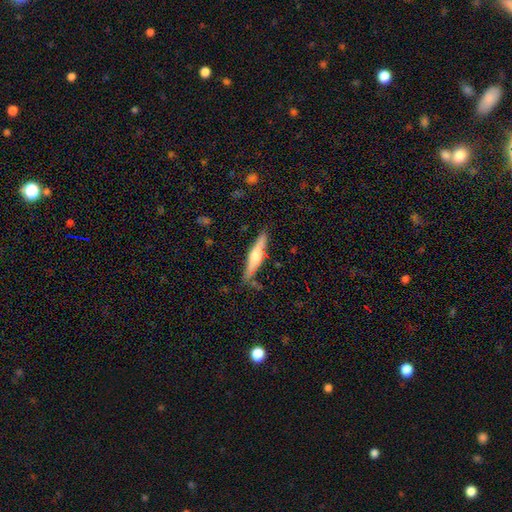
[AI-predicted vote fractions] smooth_or_featured: featured or disk (p=0.54) [alt: smooth p=0.40]
disk_edge_on: yes (p=0.95) [alt: no p=0.05]
edge_on_bulge: rounded (p=0.83) [alt: boxy p=0.10]
merging: none (p=0.83) [alt: minor disturbance p=0.12]